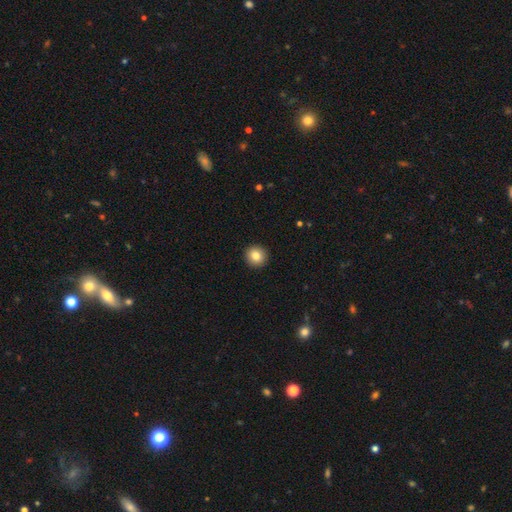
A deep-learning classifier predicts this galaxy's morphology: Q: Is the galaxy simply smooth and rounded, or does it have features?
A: smooth — 83%.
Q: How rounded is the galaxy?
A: round — 94%.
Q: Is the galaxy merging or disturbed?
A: none — 93%.